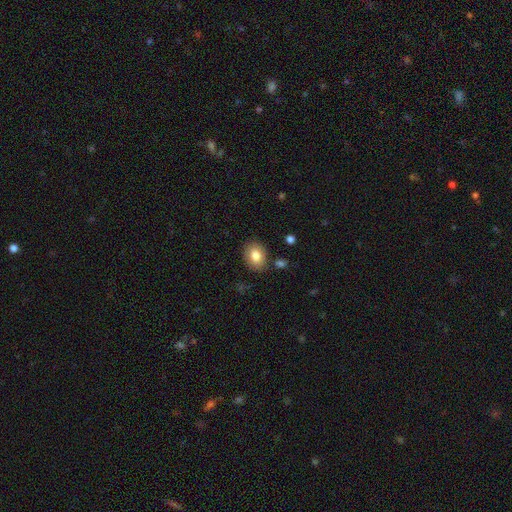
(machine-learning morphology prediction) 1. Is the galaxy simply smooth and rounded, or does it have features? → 82% smooth, 10% featured or disk, 8% star or artifact.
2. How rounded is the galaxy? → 60% in between, 39% round, 1% cigar-shaped.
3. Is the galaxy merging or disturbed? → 85% none, 10% minor disturbance, 3% merger, 3% major disturbance.